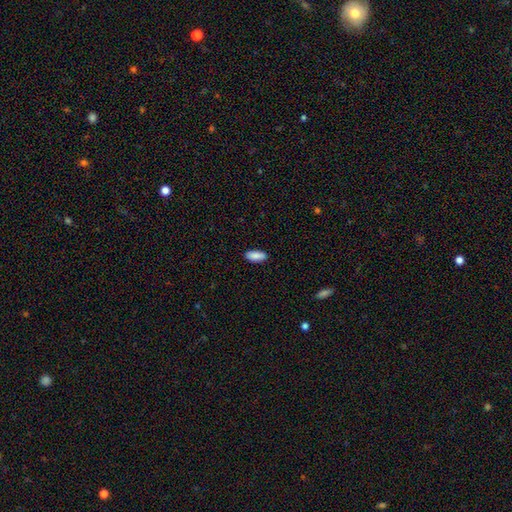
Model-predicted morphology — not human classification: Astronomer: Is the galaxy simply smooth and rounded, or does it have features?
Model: smooth — 89%.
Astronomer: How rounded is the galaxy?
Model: in between — 83%.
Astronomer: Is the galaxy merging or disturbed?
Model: none — 89%.